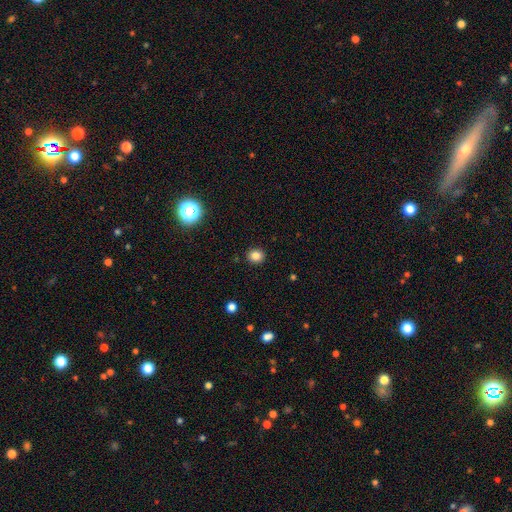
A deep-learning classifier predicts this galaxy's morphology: smooth 83%, star or artifact 12%, featured or disk 4%. Down the decision tree: how rounded — round (81%); merging — none (91%).